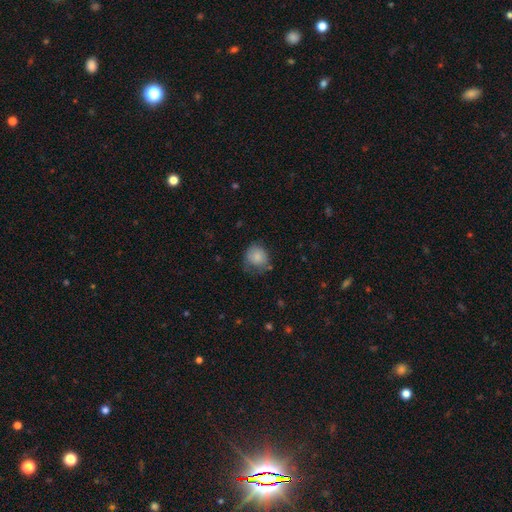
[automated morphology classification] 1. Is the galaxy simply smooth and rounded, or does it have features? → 81% smooth, 10% featured or disk, 8% star or artifact.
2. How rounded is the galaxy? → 76% round, 23% in between, 1% cigar-shaped.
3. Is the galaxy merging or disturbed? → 55% none, 31% minor disturbance, 12% major disturbance, 2% merger.